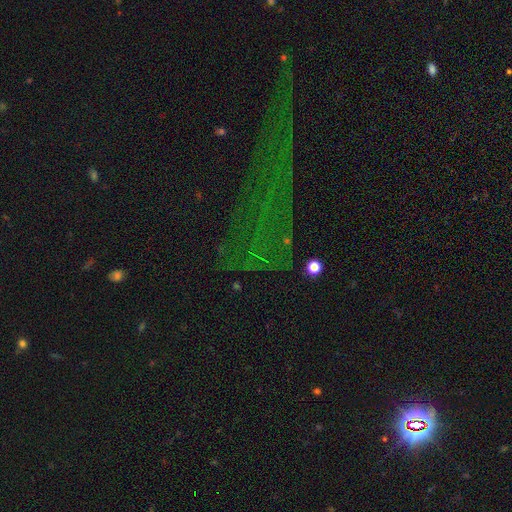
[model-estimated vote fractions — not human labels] Smooth or featured? star or artifact (75%)